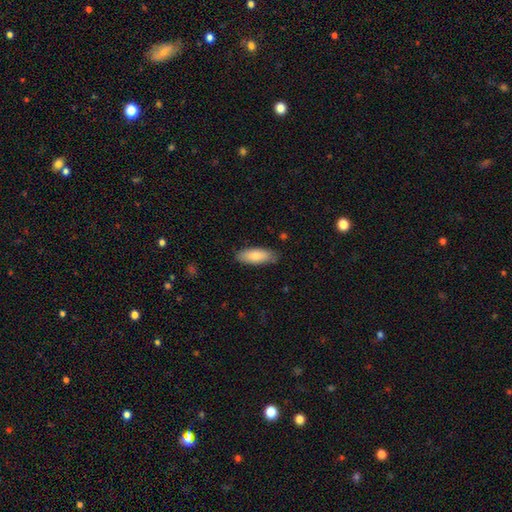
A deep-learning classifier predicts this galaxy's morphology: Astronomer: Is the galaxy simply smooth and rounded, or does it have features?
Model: smooth — 81%.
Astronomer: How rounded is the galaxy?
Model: in between — 76%.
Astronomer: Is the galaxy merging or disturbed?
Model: none — 82%.